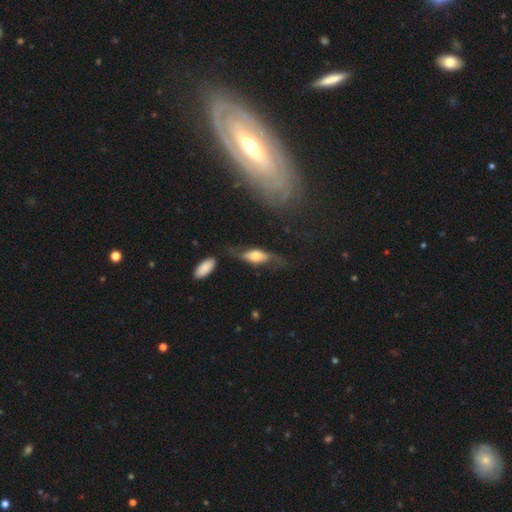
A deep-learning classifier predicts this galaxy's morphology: featured or disk 52%, smooth 41%, star or artifact 7%. Down the decision tree: edge-on disk — no (61%); merging — none (47%).